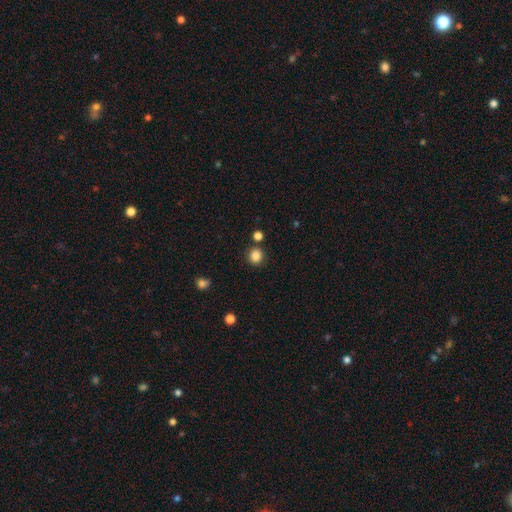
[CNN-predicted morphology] A smooth galaxy with no disk features (85%) that is round (87%).

Vote fractions:
- Smooth or featured? smooth: 85% / star or artifact: 11% / featured or disk: 4%
- How rounded? round: 87% / in between: 12% / cigar-shaped: 1%
- Merging? none: 83% / minor disturbance: 8% / merger: 6% / major disturbance: 3%